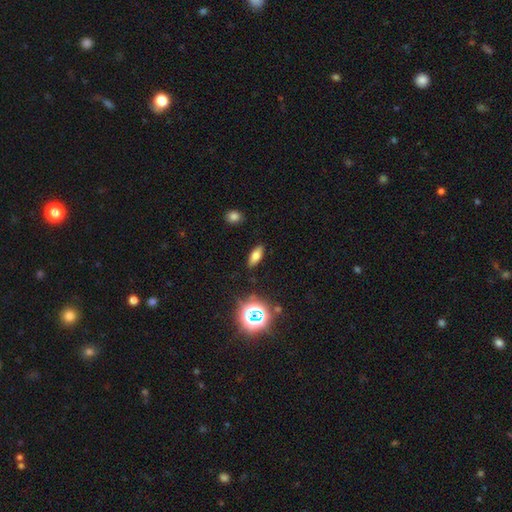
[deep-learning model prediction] This appears to be a smooth galaxy with no disk features (68%) that is in between round and cigar-shaped (74%). Merging: none (88%).